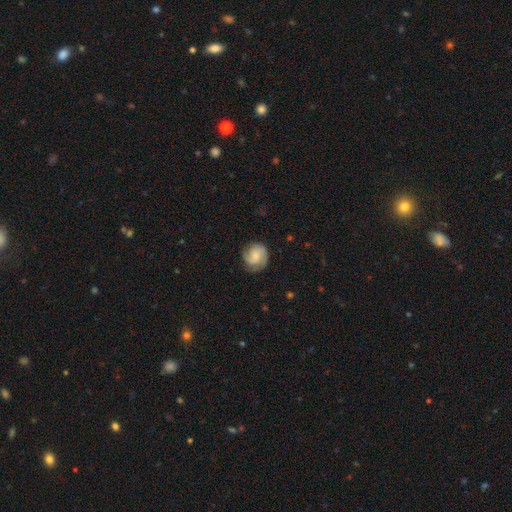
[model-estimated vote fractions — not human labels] smooth_or_featured: featured or disk (p=0.52) [alt: smooth p=0.40]
disk_edge_on: no (p=0.98) [alt: yes p=0.02]
bar: no (p=0.61) [alt: weak p=0.33]
has_spiral_arms: yes (p=0.92) [alt: no p=0.08]
bulge_size: small (p=0.43) [alt: moderate p=0.28]
merging: none (p=0.77) [alt: minor disturbance p=0.16]